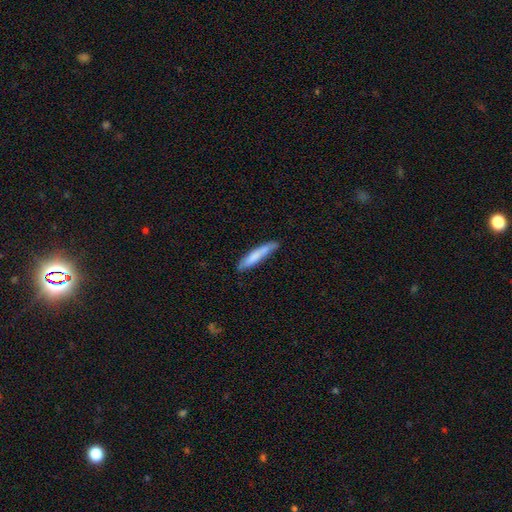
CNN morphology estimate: Smooth or featured? smooth (75%)
How rounded? cigar-shaped (91%)
Merging? none (76%)